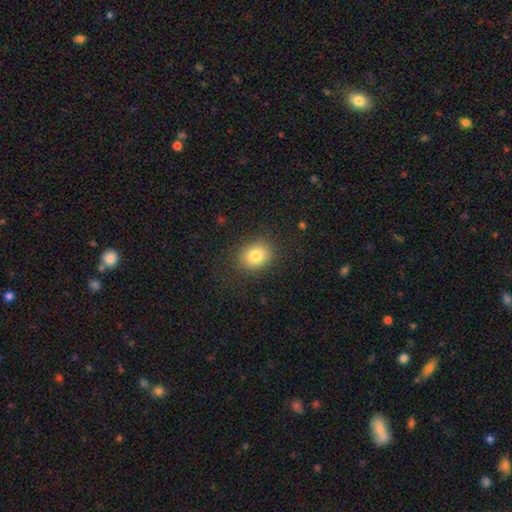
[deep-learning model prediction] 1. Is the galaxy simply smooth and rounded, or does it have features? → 82% smooth, 10% star or artifact, 9% featured or disk.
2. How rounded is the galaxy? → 50% round, 49% in between, 1% cigar-shaped.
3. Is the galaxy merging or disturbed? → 85% none, 10% minor disturbance, 4% major disturbance, 1% merger.